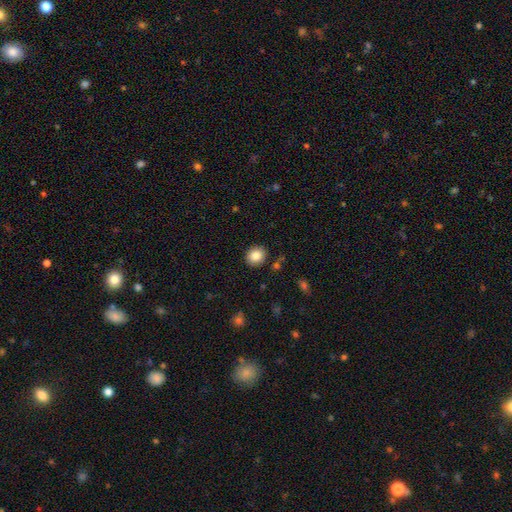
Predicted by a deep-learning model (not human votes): Q: Smooth or featured?
A: smooth (86%); runner-up: star or artifact (9%)
Q: How rounded?
A: round (77%); runner-up: in between (22%)
Q: Merging?
A: none (88%); runner-up: minor disturbance (8%)